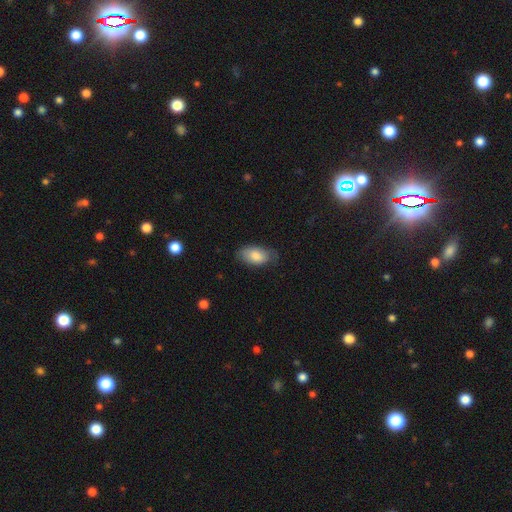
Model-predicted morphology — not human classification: smooth-or-featured: smooth: 81% | featured or disk: 13% | star or artifact: 6%
  how-rounded: in between: 93% | round: 4% | cigar-shaped: 3%
  merging: none: 69% | minor disturbance: 24% | major disturbance: 5% | merger: 1%